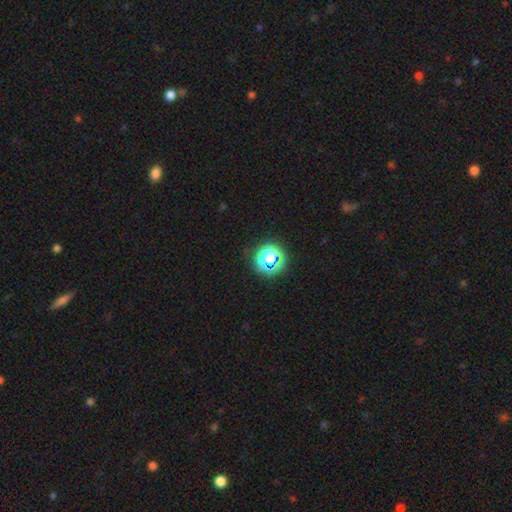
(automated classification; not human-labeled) Morphology: type=star or artifact (73%).